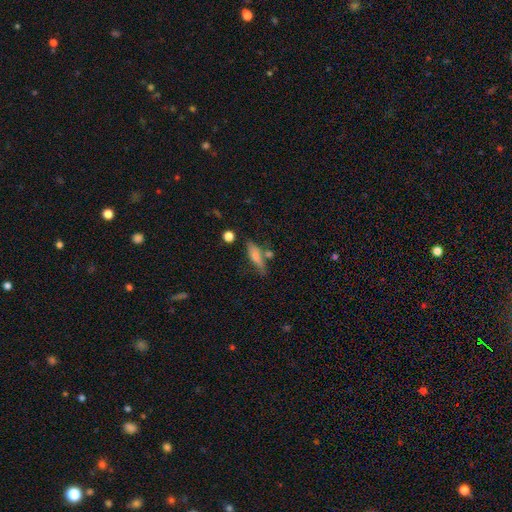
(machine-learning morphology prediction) The model was most divided on "how rounded": cigar-shaped: 62%, in between: 35%, round: 3%. More confident: smooth or featured — smooth (69%); merging — none (60%).